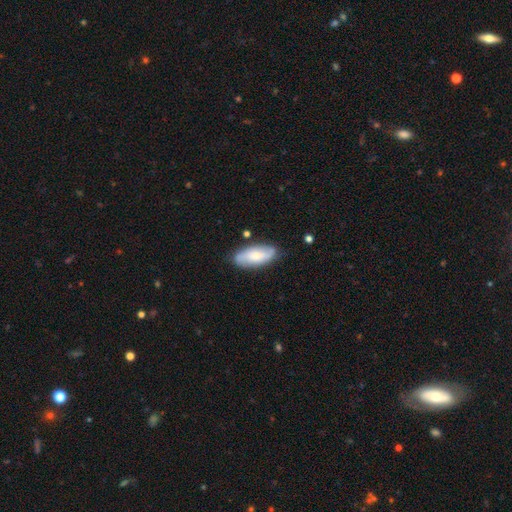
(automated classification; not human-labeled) Smooth or featured? smooth (54%)
How rounded? in between (84%)
Merging? none (80%)